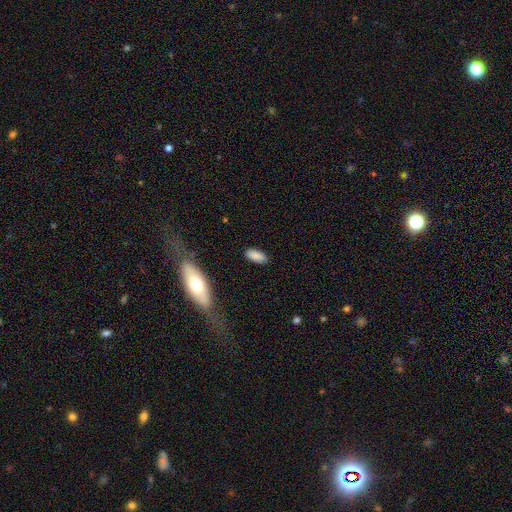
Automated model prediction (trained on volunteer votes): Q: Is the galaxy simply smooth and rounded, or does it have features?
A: smooth — 87%.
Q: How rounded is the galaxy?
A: in between — 86%.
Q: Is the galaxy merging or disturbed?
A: none — 85%.